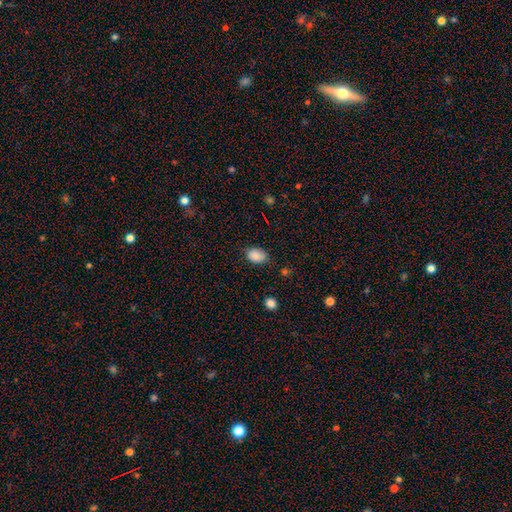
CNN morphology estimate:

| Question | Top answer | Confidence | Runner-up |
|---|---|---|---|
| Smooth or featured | smooth | 85% | star or artifact (9%) |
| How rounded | in between | 77% | round (22%) |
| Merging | none | 77% | minor disturbance (18%) |